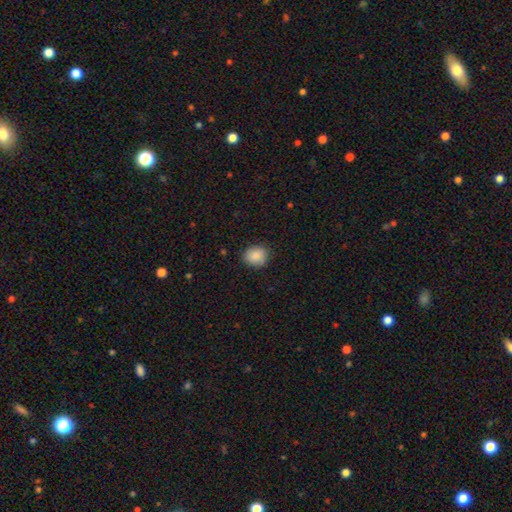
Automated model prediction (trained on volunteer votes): smooth 87%, star or artifact 8%, featured or disk 5%. Down the decision tree: how rounded — round (69%); merging — none (83%).